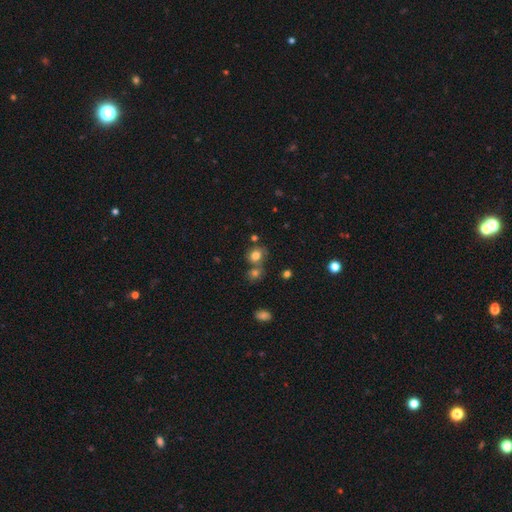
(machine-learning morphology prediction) smooth 78%, star or artifact 13%, featured or disk 9%. Down the decision tree: how rounded — round (64%); merging — none (52%).